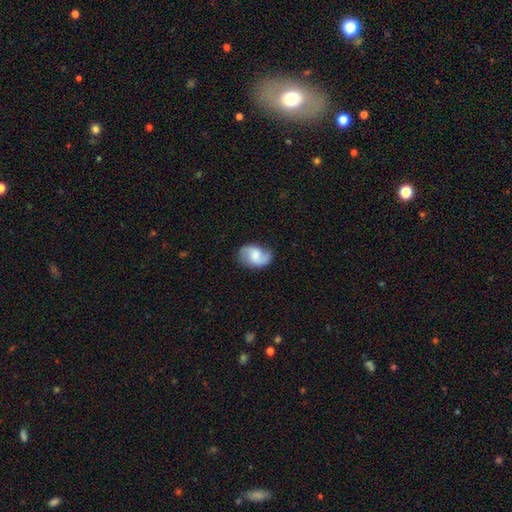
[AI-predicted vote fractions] The model was most divided on "bar": weak: 47%, no: 41%, strong: 12%. Remaining: edge-on disk — no (98%); spiral arms — yes (94%); spiral arm count — 2 (90%); merging — none (77%); smooth or featured — featured or disk (64%); spiral winding — loose (51%); bulge size — moderate (36%).